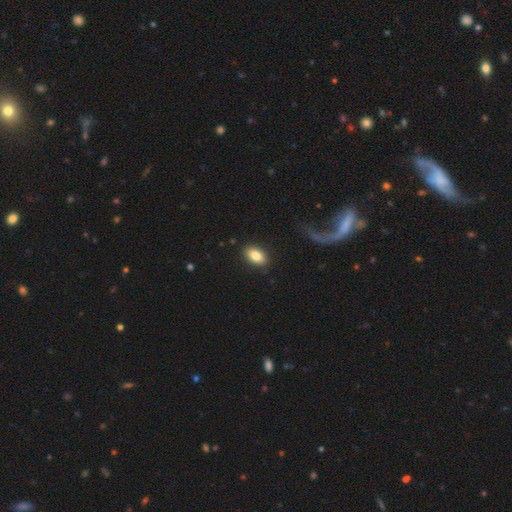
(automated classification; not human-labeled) Smooth or featured: smooth — 84% (featured or disk — 9%)
How rounded: in between — 90% (round — 7%)
Merging: none — 88% (minor disturbance — 8%)